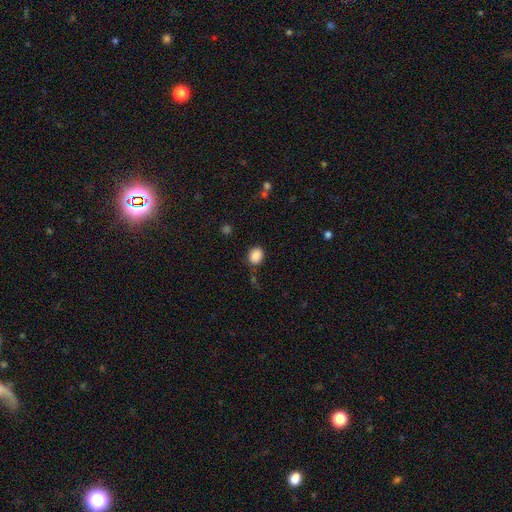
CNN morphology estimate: Overall: smooth (88%). How rounded: in between (50%; round 49%). Merging: none (77%).